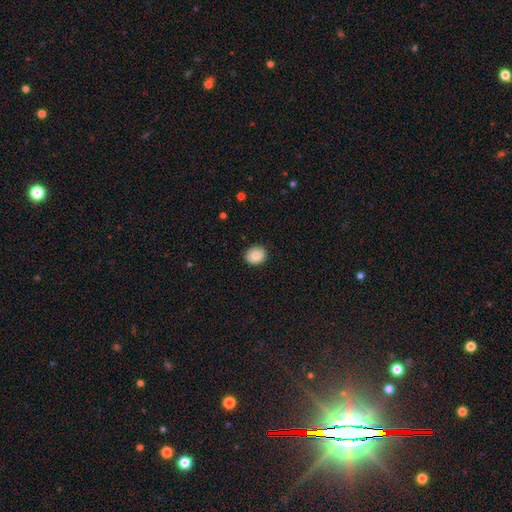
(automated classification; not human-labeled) Smooth or featured? Predicted: smooth (p=0.84). How rounded? Predicted: round (p=0.65). Merging? Predicted: none (p=0.89).